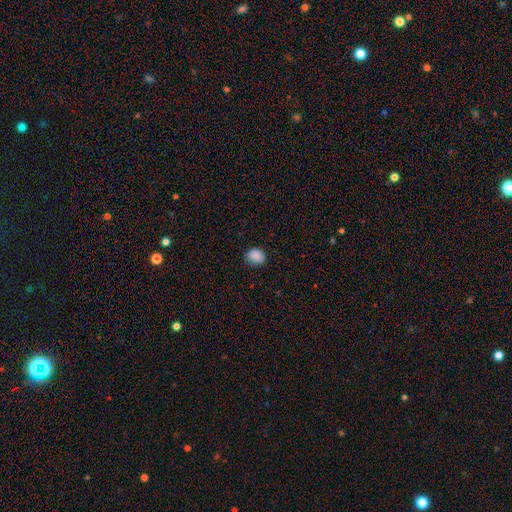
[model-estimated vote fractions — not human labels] This appears to be a smooth galaxy with no disk features (88%) that is round (52%). Merging: none (80%).